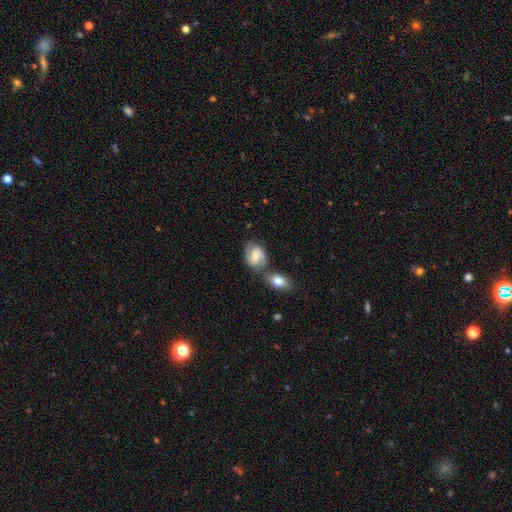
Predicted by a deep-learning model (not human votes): A featured or disk galaxy (69%) with a weak bar (50%), 2 (89%) medium (52%) spiral arms (93%) and a moderate central bulge (40%). Merging: none (54%).